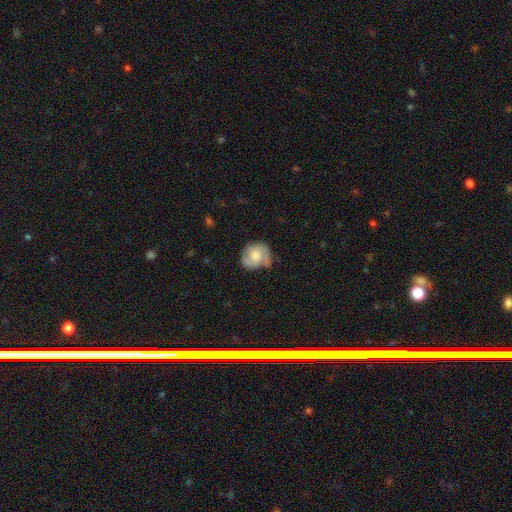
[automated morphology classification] A featured or disk galaxy (47%). Merging: none (54%).